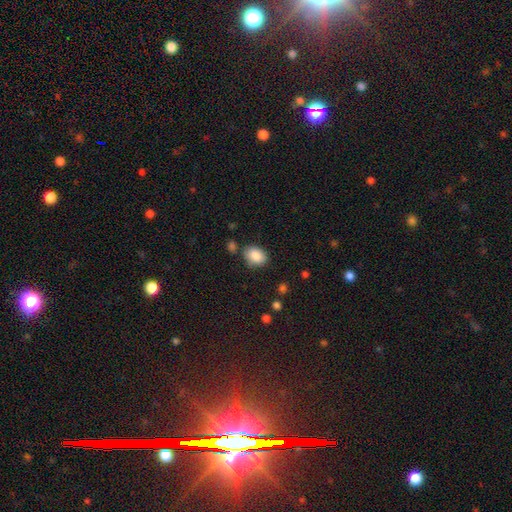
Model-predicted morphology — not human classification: Smooth or featured? Predicted: smooth (p=0.86). How rounded? Predicted: in between (p=0.64). Merging? Predicted: none (p=0.75).